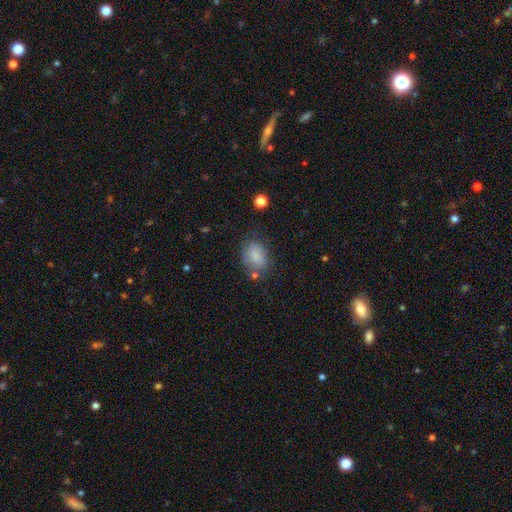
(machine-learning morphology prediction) type=smooth (81%); roundness=in between (72%); merging=none (65%).